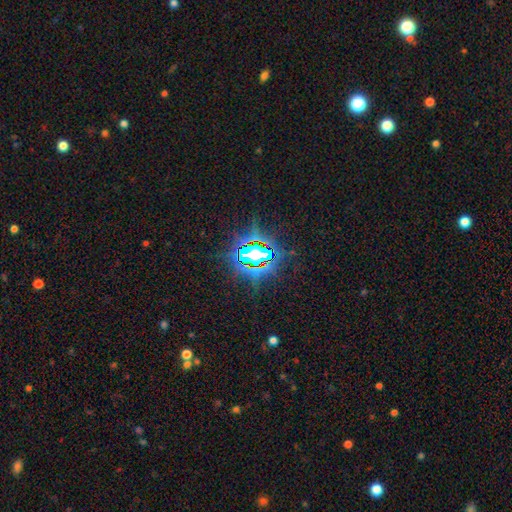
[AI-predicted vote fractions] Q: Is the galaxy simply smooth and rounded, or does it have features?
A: star or artifact — 83%.